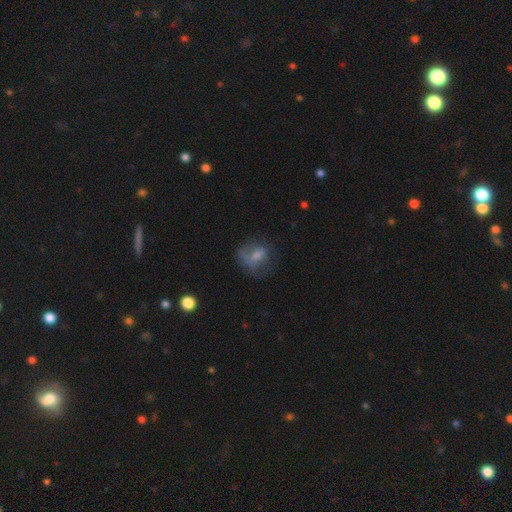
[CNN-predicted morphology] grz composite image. It shows a smooth galaxy with no disk features (52%) that is round (51%). Merging: none (39%).